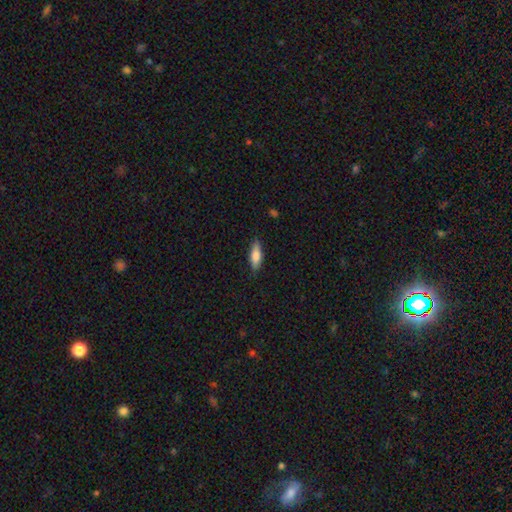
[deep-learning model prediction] Overall: smooth (78%). How rounded: in between (58%; cigar-shaped 40%). Merging: none (84%).